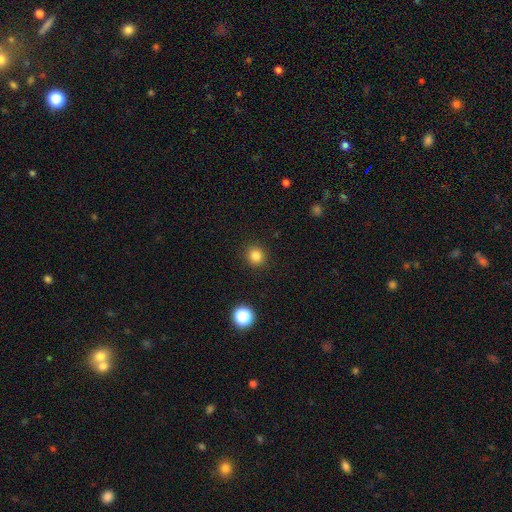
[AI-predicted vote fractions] smooth 83%, star or artifact 13%, featured or disk 5%. Down the decision tree: how rounded — round (89%); merging — none (91%).